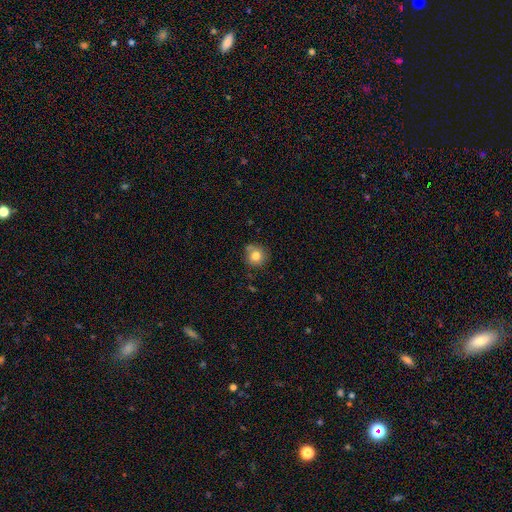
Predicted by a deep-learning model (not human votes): Morphology: type=smooth (80%); roundness=round (91%); merging=none (73%).